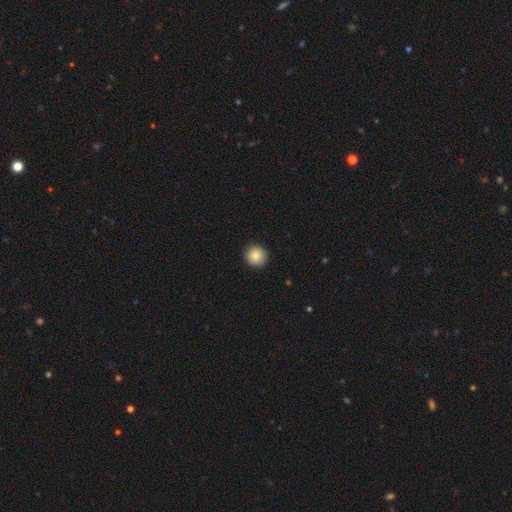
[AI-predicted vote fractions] A smooth galaxy with no disk features (83%) that is round (95%). Merging: none (92%).